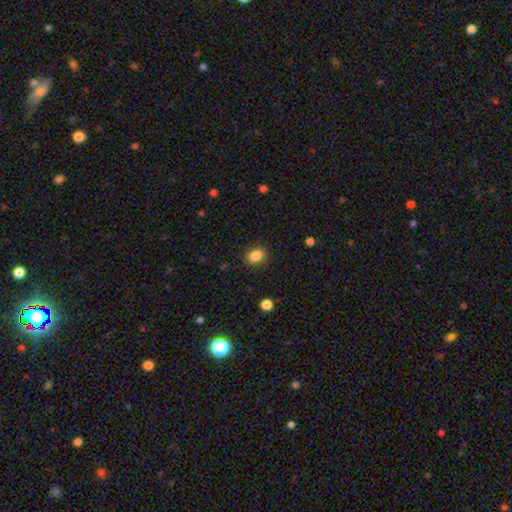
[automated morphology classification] type=smooth (86%); roundness=in between (67%); merging=none (88%).